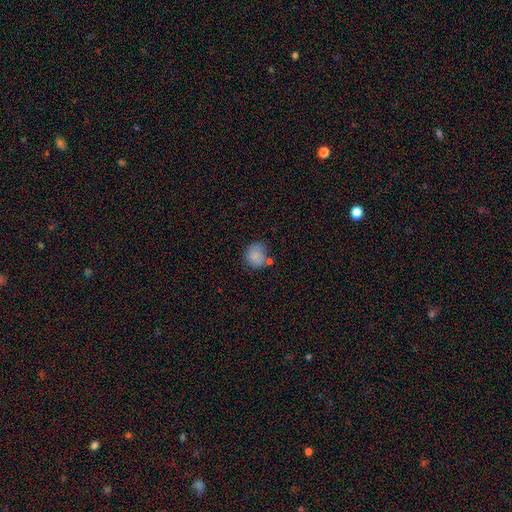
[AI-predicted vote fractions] smooth-or-featured: smooth: 84% | star or artifact: 9% | featured or disk: 7%
  how-rounded: round: 77% | in between: 22% | cigar-shaped: 1%
  merging: none: 61% | minor disturbance: 20% | merger: 13% | major disturbance: 6%